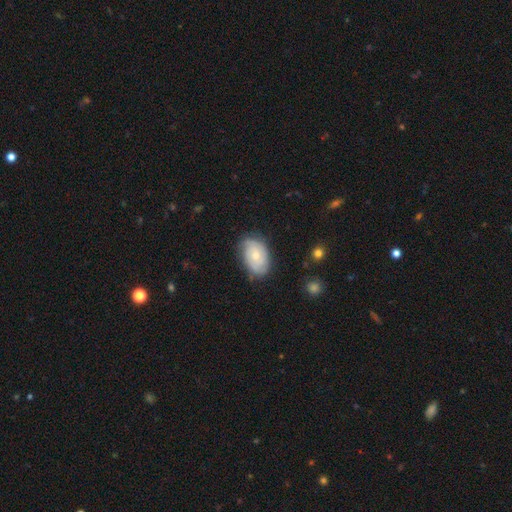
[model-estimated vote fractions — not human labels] This appears to be a featured or disk galaxy (54%) with no bar (76%), spiral arms (83%) and a small central bulge (49%). Merging: none (70%).